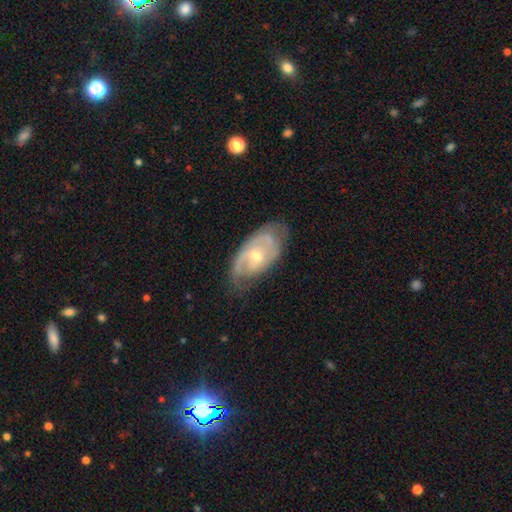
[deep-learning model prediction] The model was most divided on "spiral arm count": 2: 45%, can't tell: 31%, 1: 13%, 3: 8%, 4: 2%, more than 4: 2%. More confident: edge-on disk — no (93%); spiral arms — yes (85%); smooth or featured — featured or disk (77%); bar — no (70%); merging — none (66%); bulge size — moderate (60%); spiral winding — tight (52%).